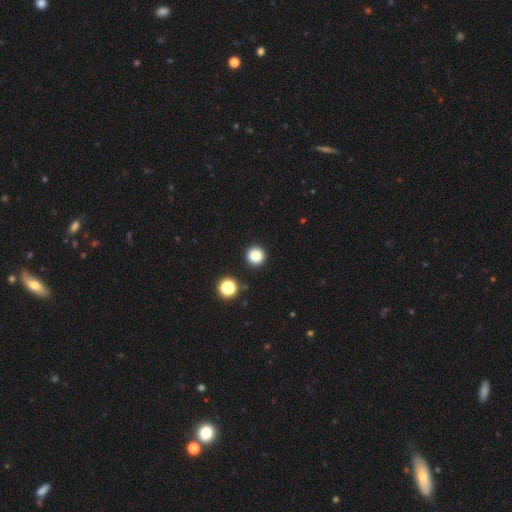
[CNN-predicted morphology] type=smooth (83%); roundness=round (95%); merging=none (92%).